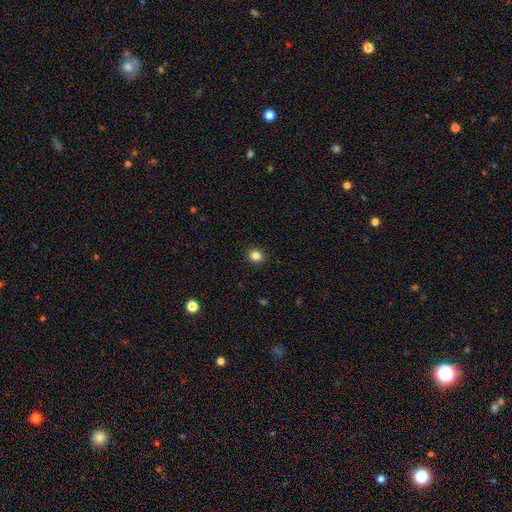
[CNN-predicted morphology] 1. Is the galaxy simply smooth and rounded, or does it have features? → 85% smooth, 11% star or artifact, 4% featured or disk.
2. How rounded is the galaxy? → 73% round, 26% in between, 1% cigar-shaped.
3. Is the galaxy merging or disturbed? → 91% none, 6% minor disturbance, 2% major disturbance, 1% merger.